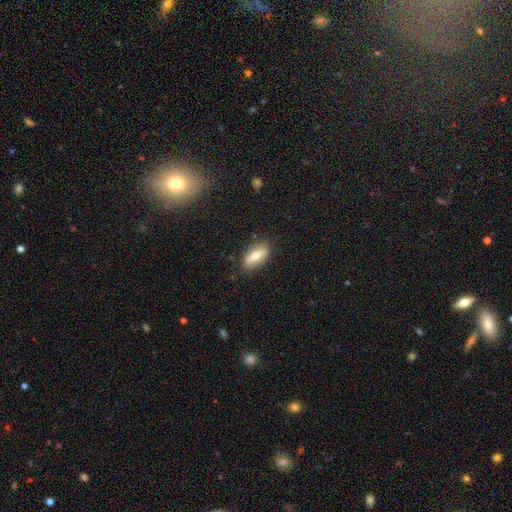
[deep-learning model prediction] Smooth or featured? smooth (64%)
How rounded? in between (72%)
Merging? none (83%)